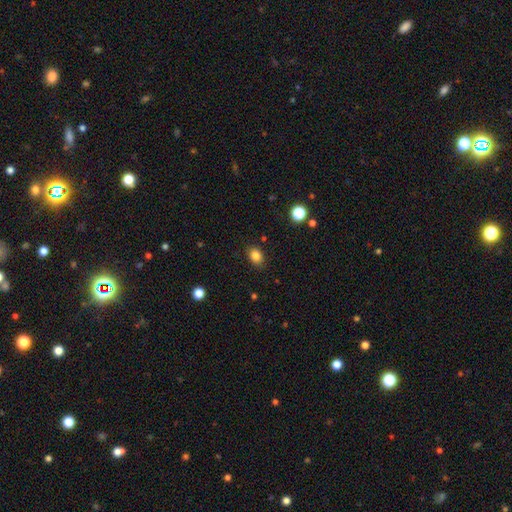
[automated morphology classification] Overall: smooth (84%). How rounded: in between (66%; round 33%). Merging: none (86%).